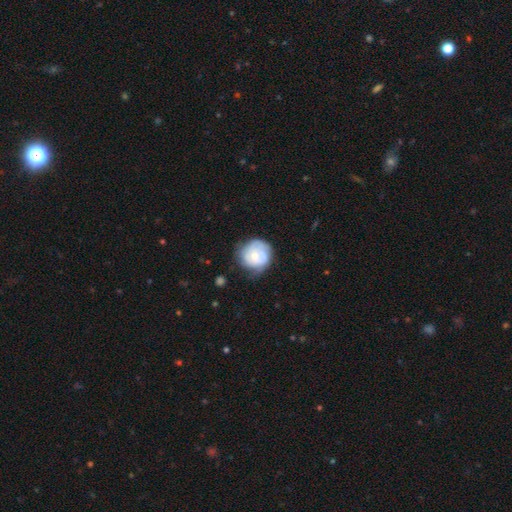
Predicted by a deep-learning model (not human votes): This is possibly a smooth galaxy (48%). Merging: likely none (62%).